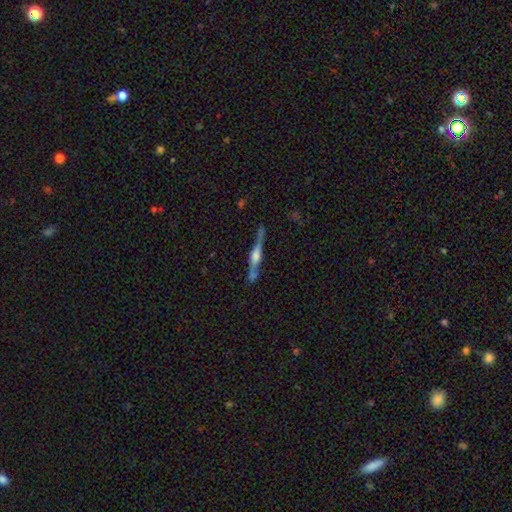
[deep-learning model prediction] The model was most divided on "edge-on bulge": rounded: 71%, boxy: 22%, none: 7%. More confident: edge-on disk — yes (95%); merging — none (73%); smooth or featured — featured or disk (71%).